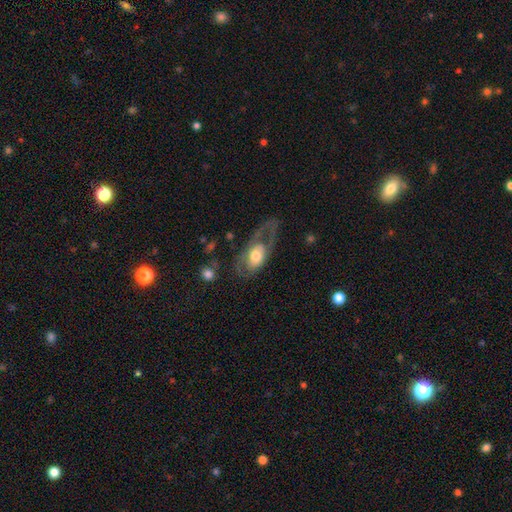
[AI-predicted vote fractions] A featured or disk galaxy (60%) with no bar (77%), spiral arms (56%) and a moderate central bulge (59%). Merging: none (40%).